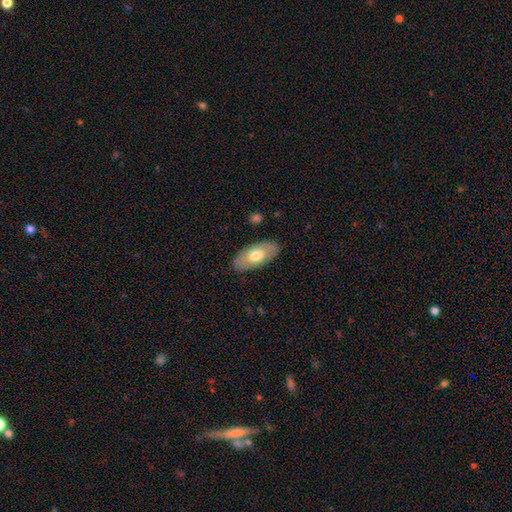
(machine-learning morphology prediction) Smooth or featured? Predicted: smooth (p=0.64). How rounded? Predicted: in between (p=0.92). Merging? Predicted: none (p=0.86).